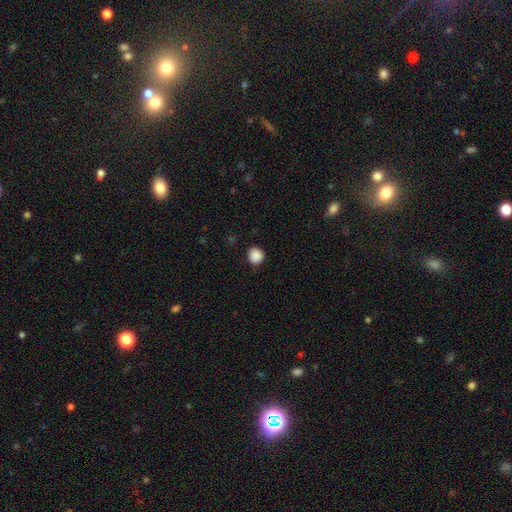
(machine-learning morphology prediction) The model was most divided on "smooth or featured": smooth: 89%, star or artifact: 9%, featured or disk: 2%. More confident: how rounded — round (92%); merging — none (90%).